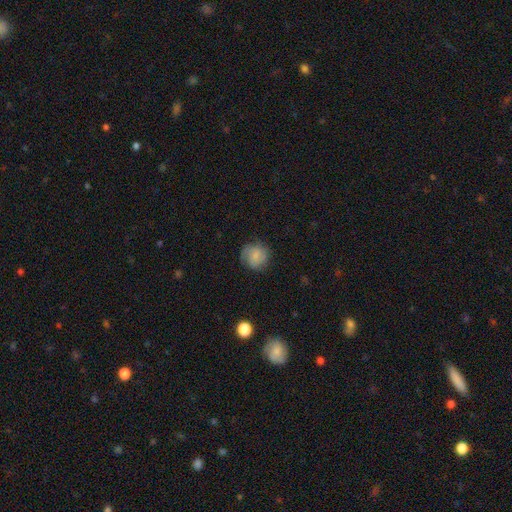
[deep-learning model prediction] Overall: smooth (74%). How rounded: round (87%). Merging: none (74%).